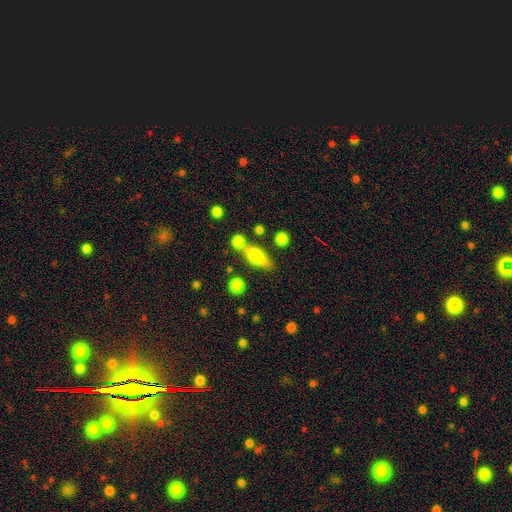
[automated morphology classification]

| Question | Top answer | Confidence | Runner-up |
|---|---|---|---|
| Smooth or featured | smooth | 63% | featured or disk (28%) |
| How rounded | in between | 58% | cigar-shaped (34%) |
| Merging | none | 60% | merger (22%) |